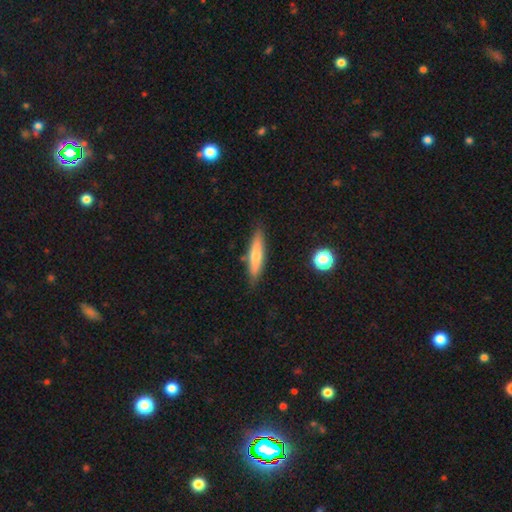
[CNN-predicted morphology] The model was most divided on "smooth or featured": smooth: 57%, featured or disk: 37%, star or artifact: 7%. More confident: merging — none (86%); how rounded — cigar-shaped (84%).